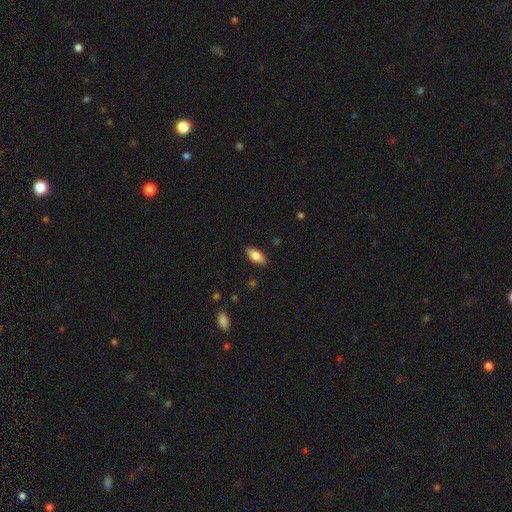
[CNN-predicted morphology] Smooth or featured? smooth (80%)
How rounded? in between (86%)
Merging? none (87%)